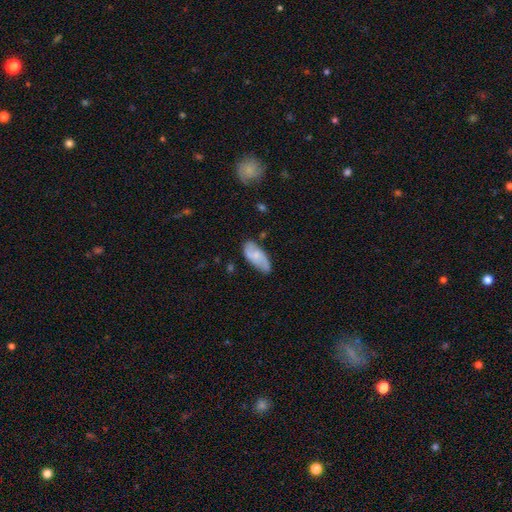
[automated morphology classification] This appears to be a smooth galaxy with no disk features (48%). Merging: none (68%).